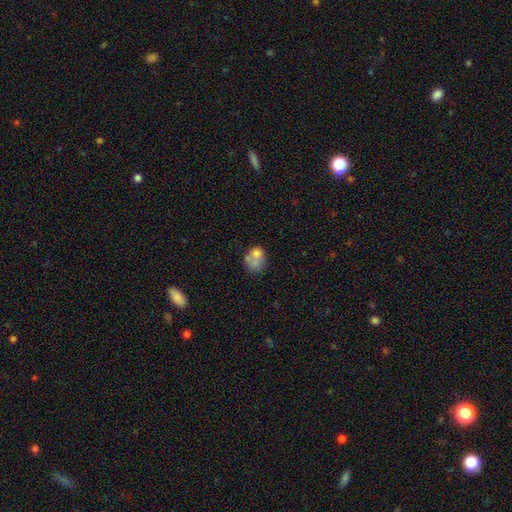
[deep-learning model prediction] smooth_or_featured: smooth (p=0.63) [alt: featured or disk p=0.25]
how_rounded: round (p=0.51) [alt: in between p=0.48]
merging: merger (p=0.42) [alt: none p=0.32]